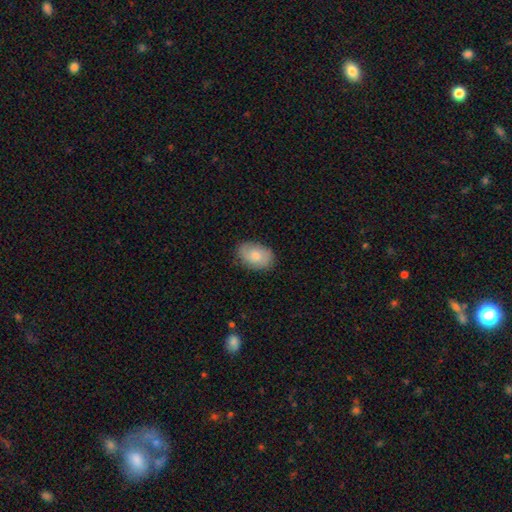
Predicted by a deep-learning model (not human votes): Smooth or featured: smooth — 76% (featured or disk — 17%)
How rounded: in between — 86% (round — 13%)
Merging: none — 81% (minor disturbance — 15%)